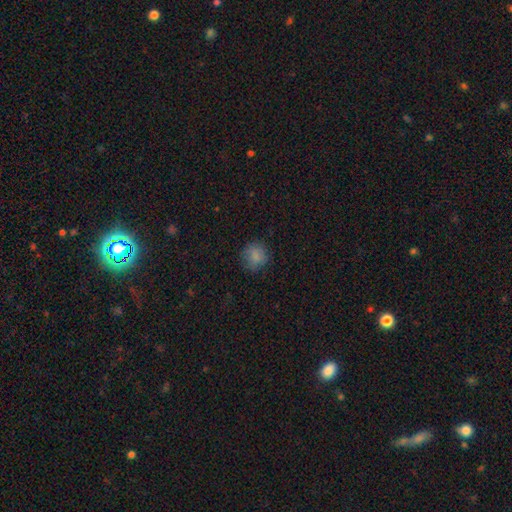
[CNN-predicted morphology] This appears to be a smooth galaxy with no disk features (83%) that is round (88%). Merging: none (82%).